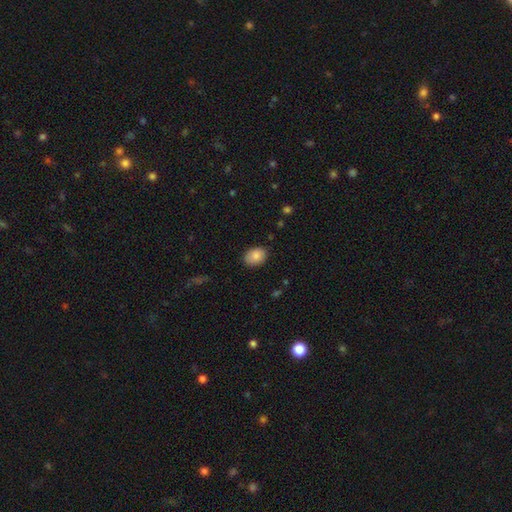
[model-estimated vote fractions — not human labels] Overall: smooth (86%). How rounded: in between (74%). Merging: none (83%).